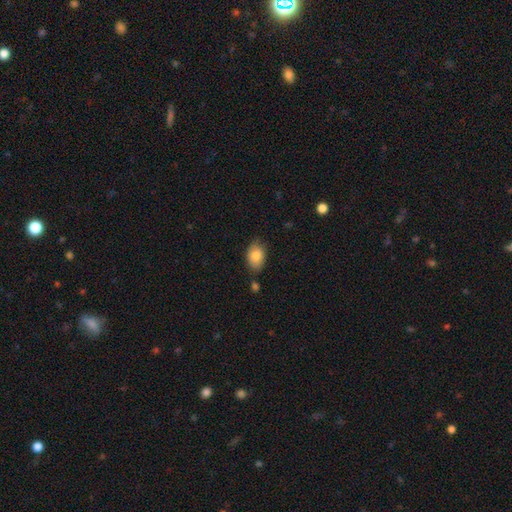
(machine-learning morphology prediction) A smooth galaxy with no disk features (84%) that is in between round and cigar-shaped (85%).

Vote fractions:
- Smooth or featured? smooth: 84% / featured or disk: 9% / star or artifact: 7%
- How rounded? in between: 85% / round: 14% / cigar-shaped: 1%
- Merging? none: 76% / minor disturbance: 17% / merger: 4% / major disturbance: 3%